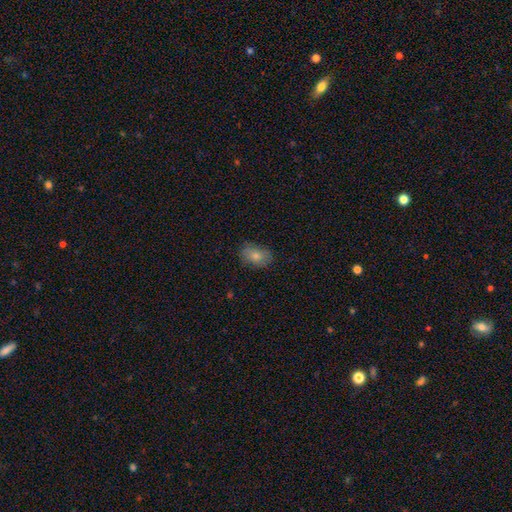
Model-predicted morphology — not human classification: smooth-or-featured: smooth: 80% | featured or disk: 12% | star or artifact: 8%
  how-rounded: in between: 78% | round: 21% | cigar-shaped: 1%
  merging: none: 74% | minor disturbance: 20% | major disturbance: 5% | merger: 1%